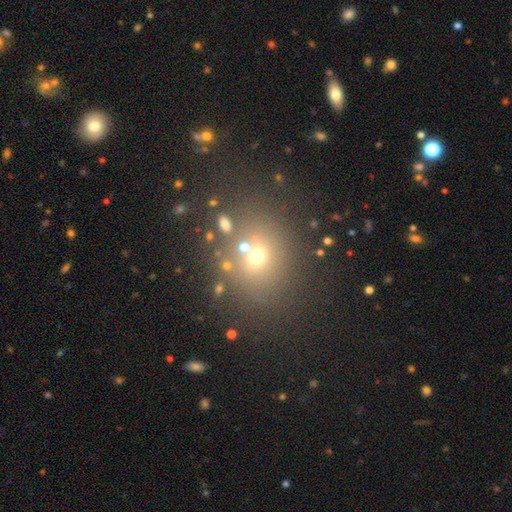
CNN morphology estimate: Smooth or featured?
  - smooth: 59% *
  - star or artifact: 27%
  - featured or disk: 14%
How rounded?
  - round: 71% *
  - in between: 28%
  - cigar-shaped: 1%
Merging?
  - none: 71% *
  - merger: 12%
  - minor disturbance: 11%
  - major disturbance: 6%